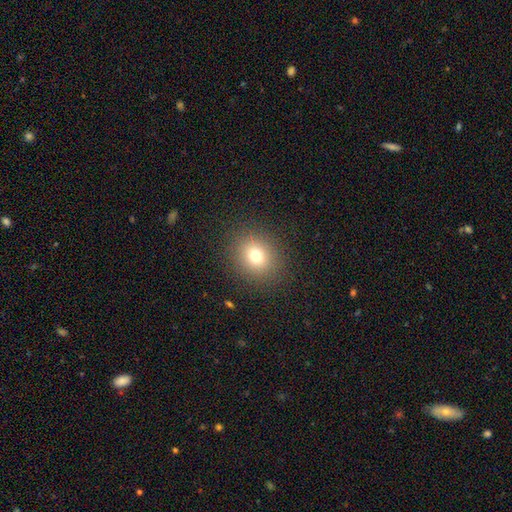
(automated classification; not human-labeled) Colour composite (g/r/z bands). It shows a smooth galaxy with no disk features (74%) that is round (79%). Merging: none (89%).